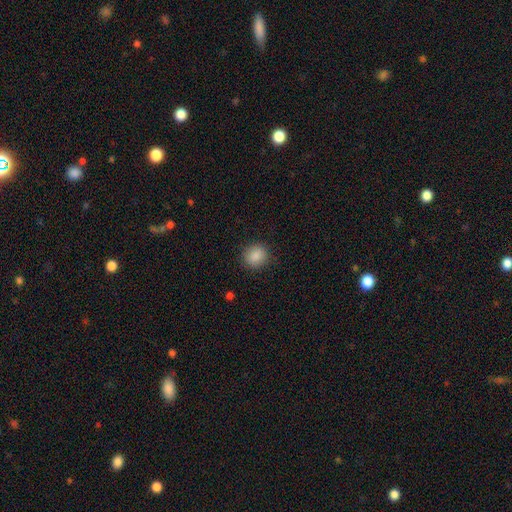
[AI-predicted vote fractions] A smooth galaxy with no disk features (87%) that is round (74%). Merging: none (87%).